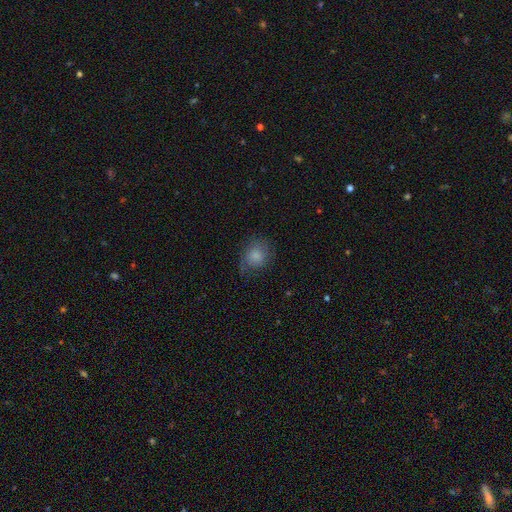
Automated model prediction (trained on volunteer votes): Overall: smooth (74%). How rounded: round (65%; in between 34%). Merging: none (60%; minor disturbance 26%).